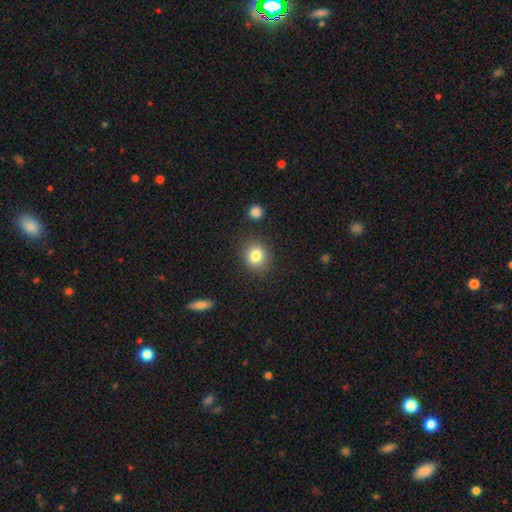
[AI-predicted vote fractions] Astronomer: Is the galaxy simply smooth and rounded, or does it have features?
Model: smooth — 82%.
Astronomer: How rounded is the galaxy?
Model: round — 75%.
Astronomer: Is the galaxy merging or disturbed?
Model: none — 86%.